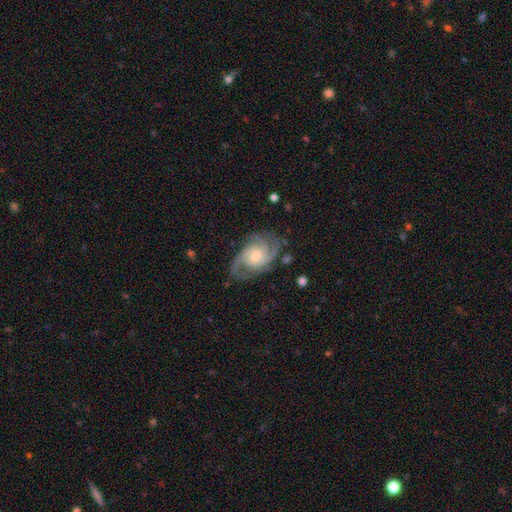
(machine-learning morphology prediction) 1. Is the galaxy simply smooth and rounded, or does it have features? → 89% featured or disk, 6% smooth, 5% star or artifact.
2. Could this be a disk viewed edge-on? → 98% no, 2% yes.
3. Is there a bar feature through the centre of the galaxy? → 73% no, 23% weak, 4% strong.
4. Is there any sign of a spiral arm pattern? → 98% yes, 2% no.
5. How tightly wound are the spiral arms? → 46% medium, 44% tight, 11% loose.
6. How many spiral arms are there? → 43% 3, 17% 4, 16% 2, 12% can't tell, 6% more than 4, 6% 1.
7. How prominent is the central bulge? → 51% moderate, 43% small, 4% large, 2% none, 1% dominant.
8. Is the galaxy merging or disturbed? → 73% none, 17% minor disturbance, 8% major disturbance, 1% merger.